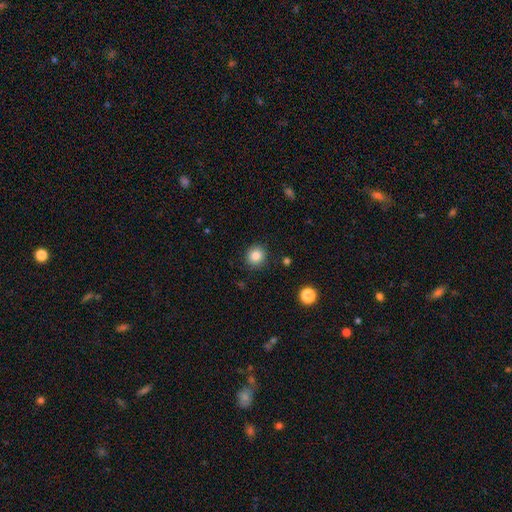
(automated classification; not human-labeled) This is clearly a smooth galaxy (85%). How rounded: clearly round (89%). Merging: clearly none (90%).